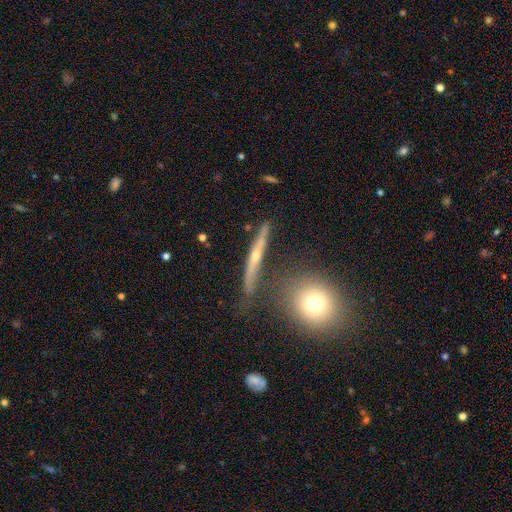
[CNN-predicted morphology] Smooth or featured? featured or disk (73%)
Edge-on disk? yes (93%)
Edge-on bulge? rounded (75%)
Merging? none (77%)